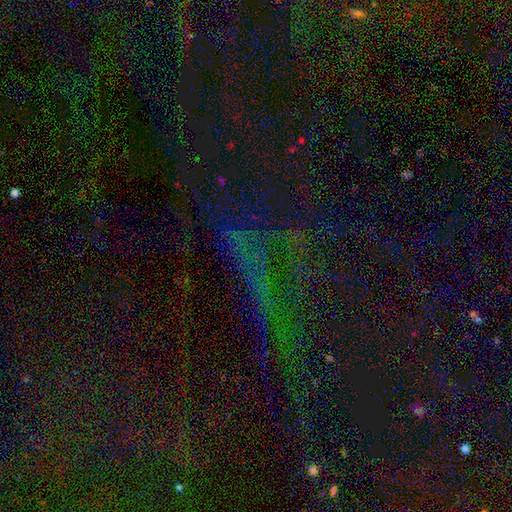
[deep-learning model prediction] star or artifact 70%, smooth 17%, featured or disk 13%.